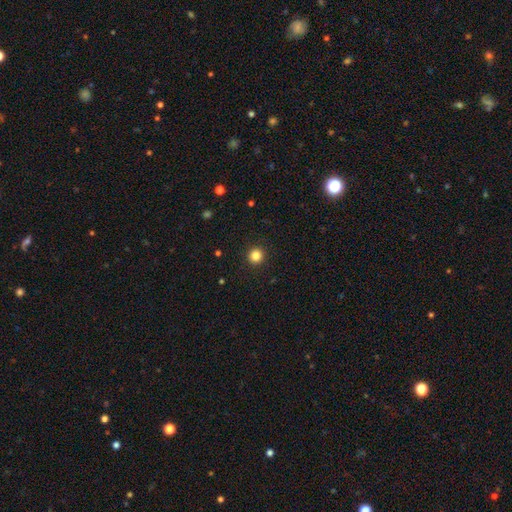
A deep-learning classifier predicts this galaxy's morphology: Smooth or featured: smooth — 84% (star or artifact — 12%)
How rounded: round — 95% (in between — 4%)
Merging: none — 93% (minor disturbance — 4%)